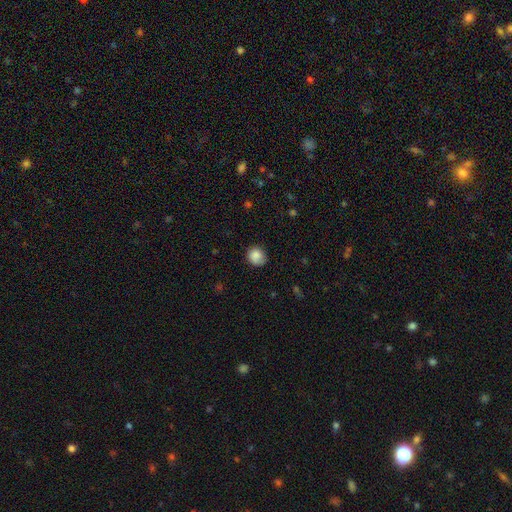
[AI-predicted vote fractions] smooth 84%, star or artifact 9%, featured or disk 8%. Down the decision tree: how rounded — round (81%); merging — none (73%).